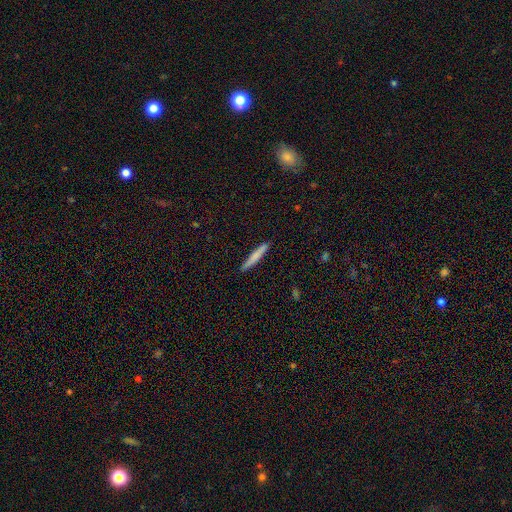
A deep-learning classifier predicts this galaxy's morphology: A smooth galaxy with no disk features (71%) that is cigar-shaped (95%). Merging: none (90%).